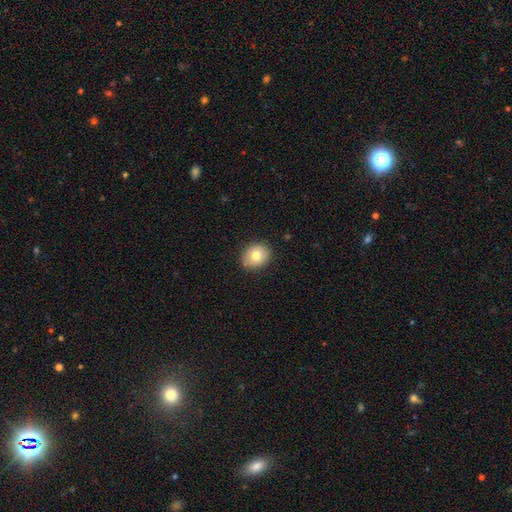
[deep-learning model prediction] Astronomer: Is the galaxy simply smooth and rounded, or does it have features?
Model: smooth — 77%.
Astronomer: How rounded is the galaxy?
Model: round — 61% (runner-up: in between, 38%).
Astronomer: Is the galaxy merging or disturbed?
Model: none — 87%.